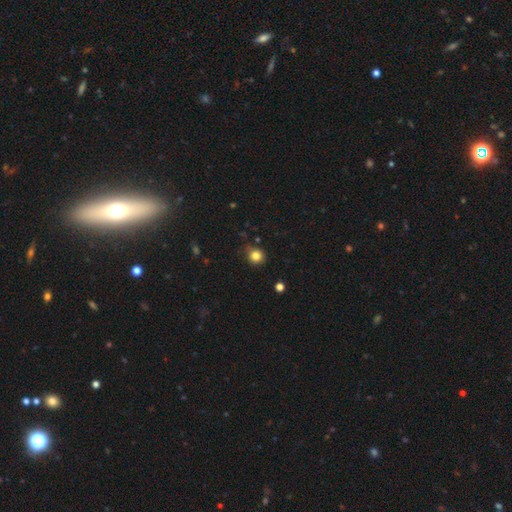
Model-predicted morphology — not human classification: Smooth or featured?
  - smooth: 83% *
  - star or artifact: 12%
  - featured or disk: 5%
How rounded?
  - round: 90% *
  - in between: 9%
  - cigar-shaped: 1%
Merging?
  - none: 81% *
  - minor disturbance: 14%
  - major disturbance: 3%
  - merger: 2%